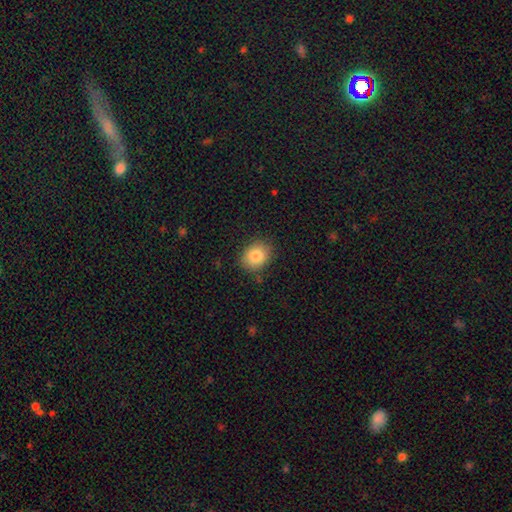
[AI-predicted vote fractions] Q: Smooth or featured?
A: smooth (83%); runner-up: star or artifact (9%)
Q: How rounded?
A: round (52%); runner-up: in between (47%)
Q: Merging?
A: none (84%); runner-up: minor disturbance (12%)